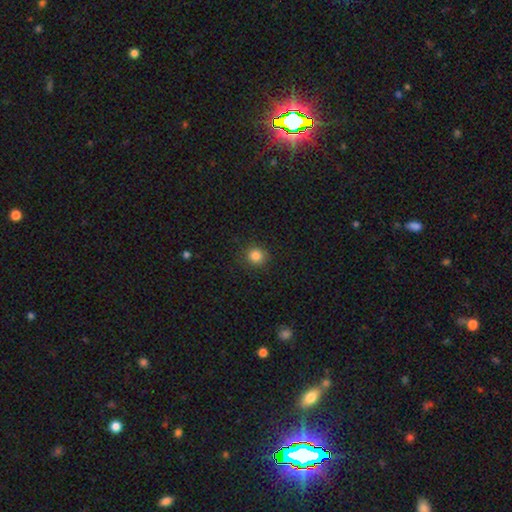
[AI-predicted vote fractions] This is clearly a smooth galaxy (84%). How rounded: clearly round (90%). Merging: clearly none (90%).